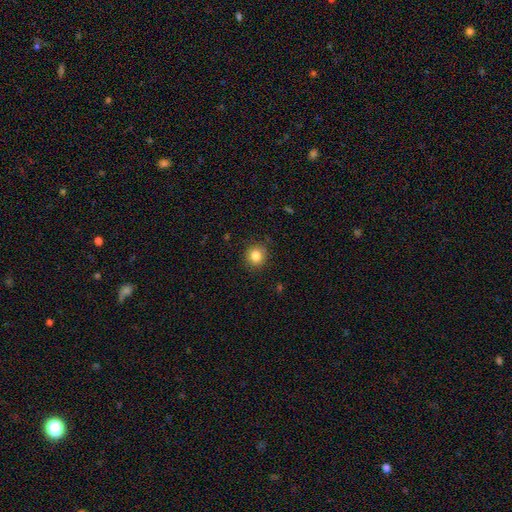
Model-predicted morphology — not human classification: Overall: smooth (84%). How rounded: round (89%). Merging: none (89%).